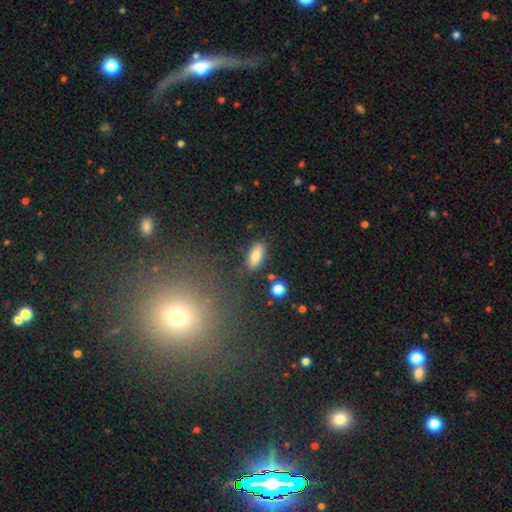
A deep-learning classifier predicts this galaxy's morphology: smooth_or_featured: smooth (p=0.83) [alt: featured or disk p=0.09]
how_rounded: in between (p=0.85) [alt: cigar-shaped p=0.12]
merging: none (p=0.83) [alt: minor disturbance p=0.11]